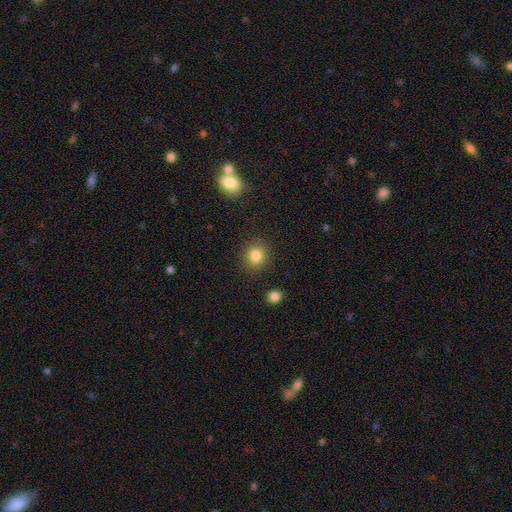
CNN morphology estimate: smooth_or_featured: smooth (p=0.84) [alt: star or artifact p=0.11]
how_rounded: round (p=0.82) [alt: in between p=0.17]
merging: none (p=0.87) [alt: minor disturbance p=0.07]